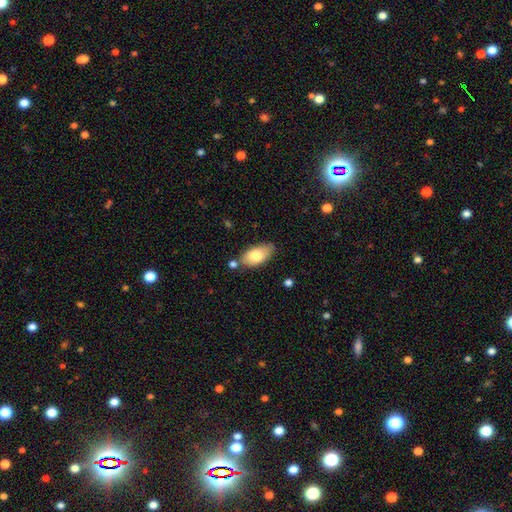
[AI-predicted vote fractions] smooth_or_featured: smooth (p=0.78) [alt: featured or disk p=0.16]
how_rounded: in between (p=0.93) [alt: cigar-shaped p=0.04]
merging: none (p=0.71) [alt: minor disturbance p=0.18]